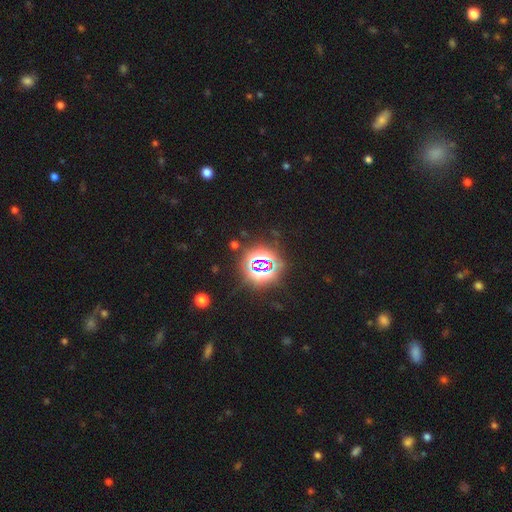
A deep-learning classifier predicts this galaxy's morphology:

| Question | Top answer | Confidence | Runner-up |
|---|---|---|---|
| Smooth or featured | star or artifact | 81% | smooth (13%) |